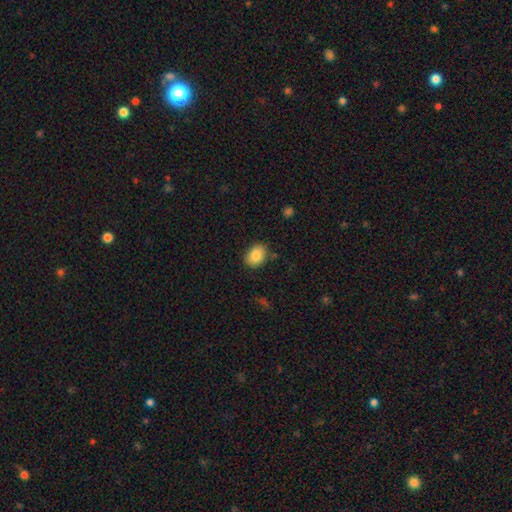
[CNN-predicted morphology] smooth-or-featured: smooth: 84% | star or artifact: 8% | featured or disk: 8%
  how-rounded: in between: 65% | round: 34% | cigar-shaped: 1%
  merging: none: 84% | minor disturbance: 12% | major disturbance: 3% | merger: 2%